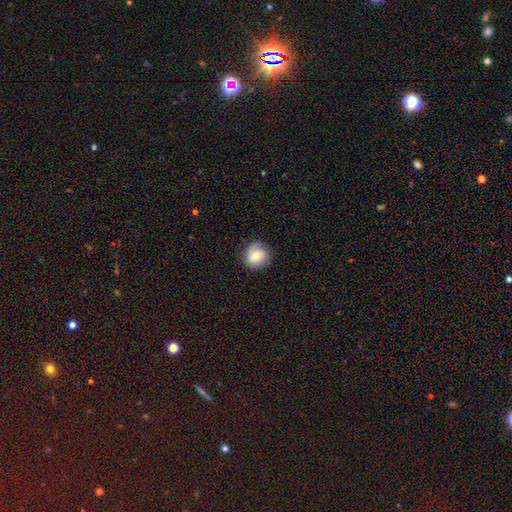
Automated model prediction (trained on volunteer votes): Overall: smooth (70%). How rounded: round (84%). Merging: none (79%).